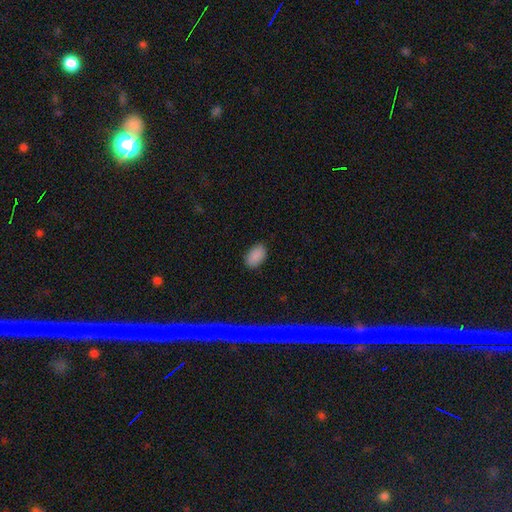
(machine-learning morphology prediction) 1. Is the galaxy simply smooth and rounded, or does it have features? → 87% smooth, 9% star or artifact, 4% featured or disk.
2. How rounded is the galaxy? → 92% in between, 6% round, 2% cigar-shaped.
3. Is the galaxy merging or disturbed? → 86% none, 11% minor disturbance, 2% major disturbance, 1% merger.